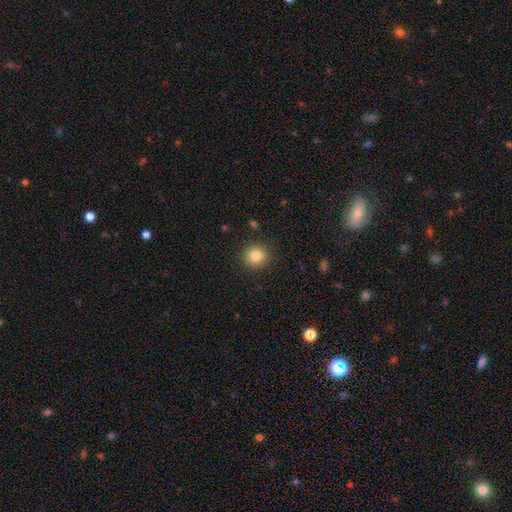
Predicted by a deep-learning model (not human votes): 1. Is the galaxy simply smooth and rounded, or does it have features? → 84% smooth, 11% star or artifact, 6% featured or disk.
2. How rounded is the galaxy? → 92% round, 7% in between, 1% cigar-shaped.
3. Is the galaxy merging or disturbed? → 90% none, 7% minor disturbance, 2% major disturbance, 1% merger.